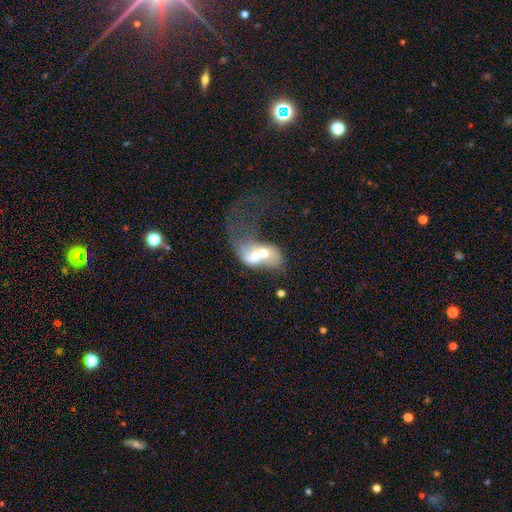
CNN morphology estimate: This appears to be a featured or disk galaxy (50%). Merging: merger (74%).